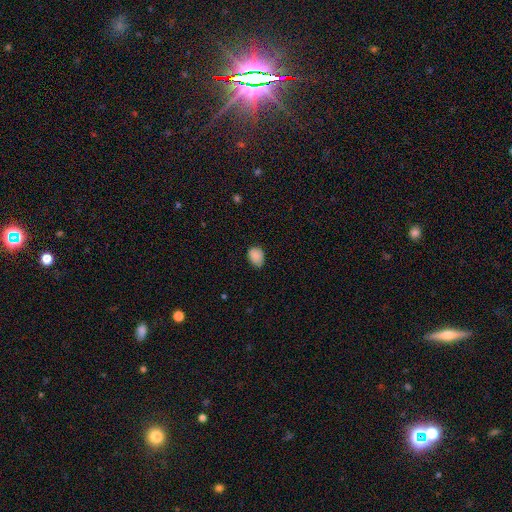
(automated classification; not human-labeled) Overall: smooth (87%). How rounded: in between (62%; round 37%). Merging: none (69%).